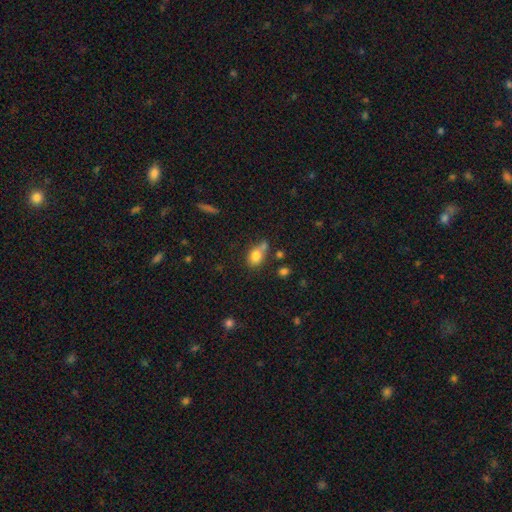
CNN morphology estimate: A smooth galaxy with no disk features (79%) that is in between round and cigar-shaped (68%).

Vote fractions:
- Smooth or featured? smooth: 79% / featured or disk: 11% / star or artifact: 10%
- How rounded? in between: 68% / round: 29% / cigar-shaped: 3%
- Merging? none: 44% / merger: 27% / minor disturbance: 20% / major disturbance: 8%